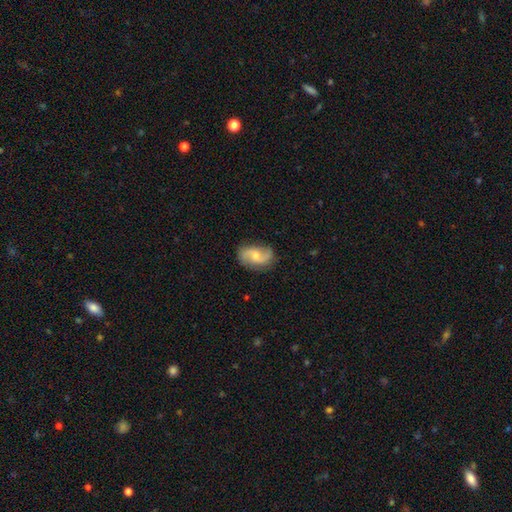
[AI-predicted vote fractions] The model was most divided on "bulge size": moderate: 47%, small: 41%, none: 7%, large: 4%, dominant: 1%. More confident: edge-on disk — no (97%); spiral arms — yes (95%); spiral arm count — 2 (90%); merging — none (78%); smooth or featured — featured or disk (73%); spiral winding — loose (57%); bar — no (54%).